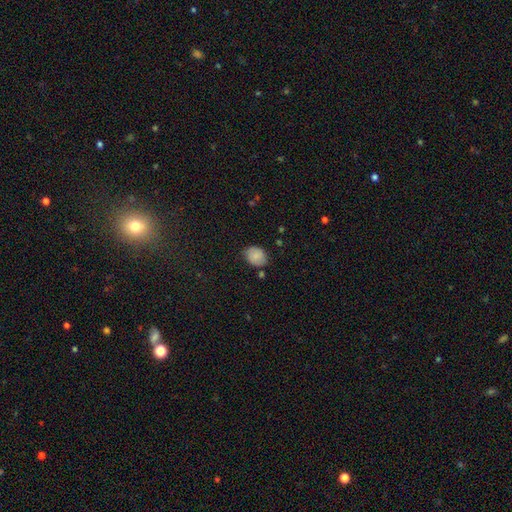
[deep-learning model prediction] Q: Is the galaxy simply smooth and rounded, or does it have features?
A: smooth — 79%.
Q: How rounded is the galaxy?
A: in between — 56%.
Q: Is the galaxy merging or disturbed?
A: none — 72%.